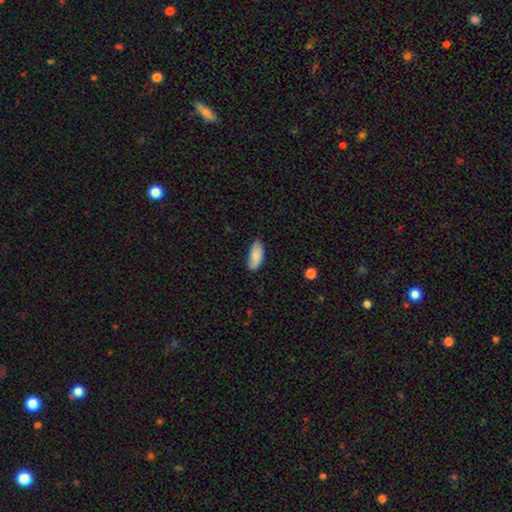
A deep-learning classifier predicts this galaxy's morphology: type=smooth (84%); roundness=in between (90%); merging=none (73%).